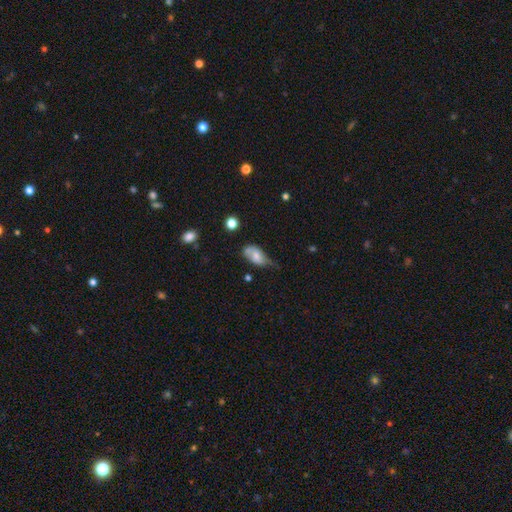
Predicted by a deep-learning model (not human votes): Smooth or featured? Predicted: smooth (p=0.61). How rounded? Predicted: in between (p=0.90). Merging? Predicted: minor disturbance (p=0.43).